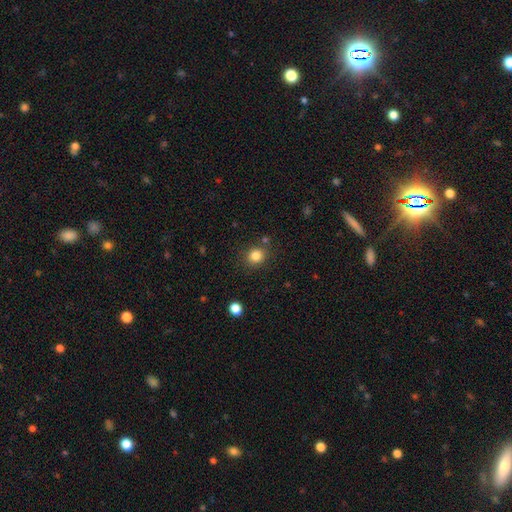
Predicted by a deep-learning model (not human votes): smooth-or-featured: smooth: 83% | star or artifact: 12% | featured or disk: 5%
  how-rounded: round: 78% | in between: 21% | cigar-shaped: 1%
  merging: none: 83% | minor disturbance: 9% | merger: 5% | major disturbance: 3%